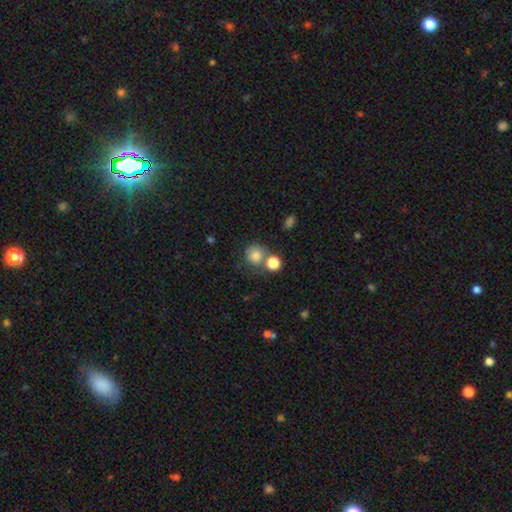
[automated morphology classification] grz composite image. It shows a smooth galaxy with no disk features (80%) that is round (87%). Merging: none (55%).